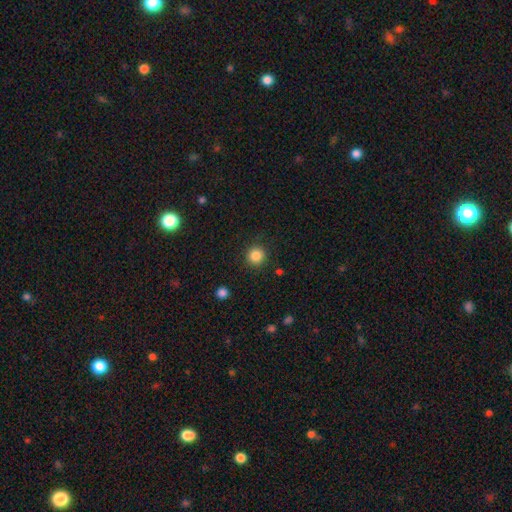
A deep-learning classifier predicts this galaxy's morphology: Q: Smooth or featured?
A: smooth (85%); runner-up: star or artifact (11%)
Q: How rounded?
A: round (94%); runner-up: in between (5%)
Q: Merging?
A: none (90%); runner-up: minor disturbance (7%)